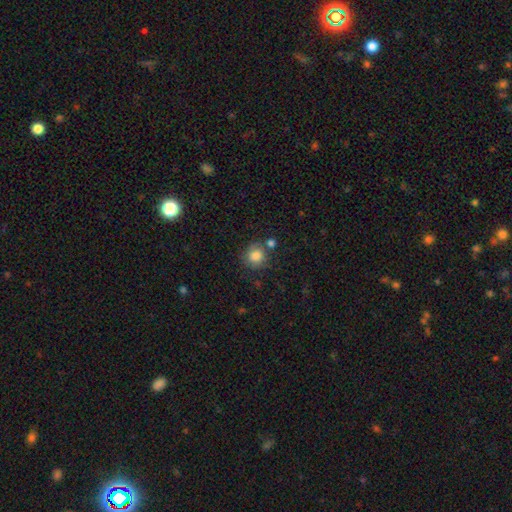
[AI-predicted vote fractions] smooth 83%, star or artifact 10%, featured or disk 7%. Down the decision tree: how rounded — round (88%); merging — none (70%).